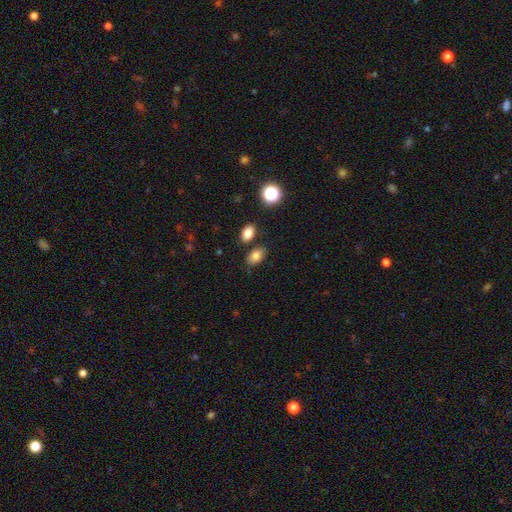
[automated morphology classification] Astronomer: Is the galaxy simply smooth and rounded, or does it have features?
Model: smooth — 82%.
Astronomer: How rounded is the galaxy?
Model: in between — 87%.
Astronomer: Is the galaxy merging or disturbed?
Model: none — 76%.